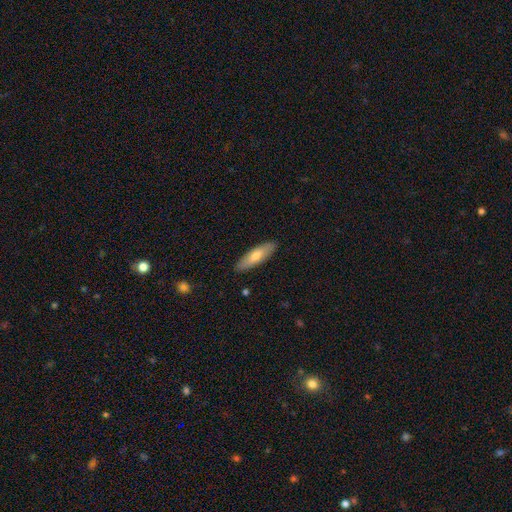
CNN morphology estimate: Overall: smooth (68%). How rounded: cigar-shaped (53%; in between 45%). Merging: none (89%).